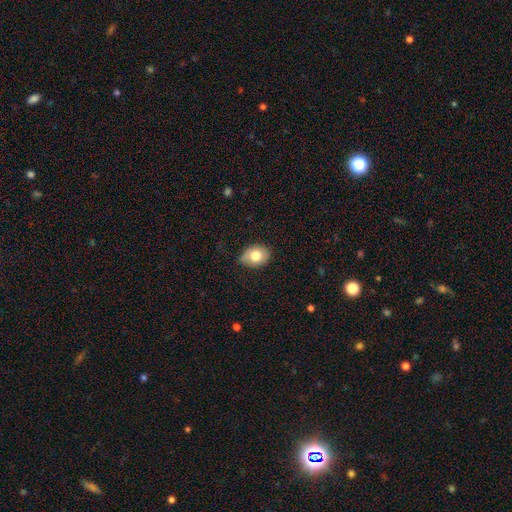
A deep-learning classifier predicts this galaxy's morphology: Overall: smooth (77%). How rounded: in between (66%; round 33%). Merging: none (68%).